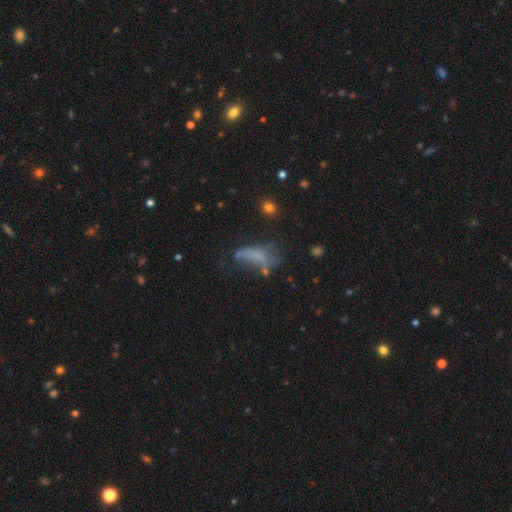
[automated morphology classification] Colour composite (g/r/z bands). It shows a smooth galaxy with no disk features (51%) that is in between round and cigar-shaped (68%). Merging: none (32%).